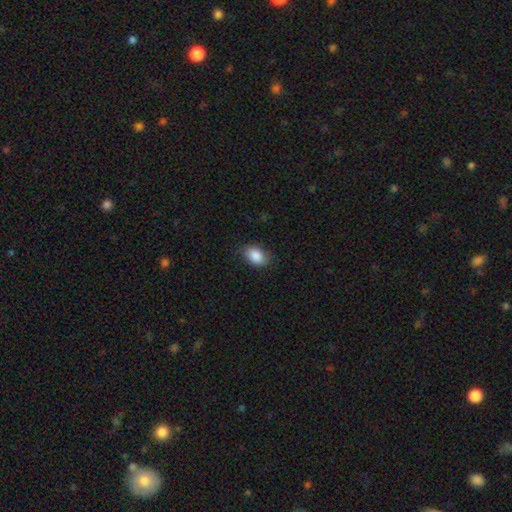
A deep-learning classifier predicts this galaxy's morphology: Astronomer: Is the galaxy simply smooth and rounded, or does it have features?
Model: smooth — 88%.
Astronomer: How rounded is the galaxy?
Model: in between — 82%.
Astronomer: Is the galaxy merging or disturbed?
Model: none — 81%.